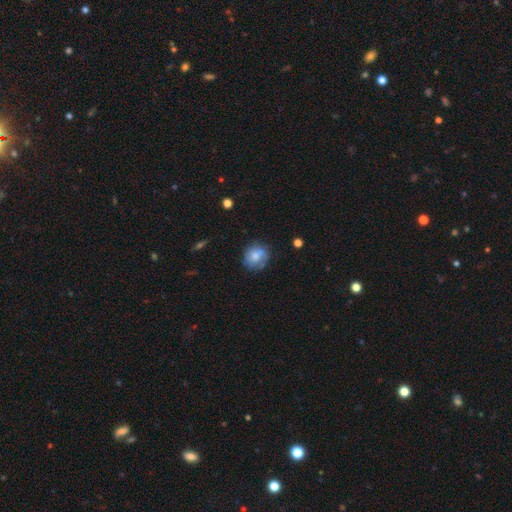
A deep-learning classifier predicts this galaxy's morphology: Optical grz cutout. It shows a smooth galaxy with no disk features (60%) that is round (78%). Merging: none (65%).